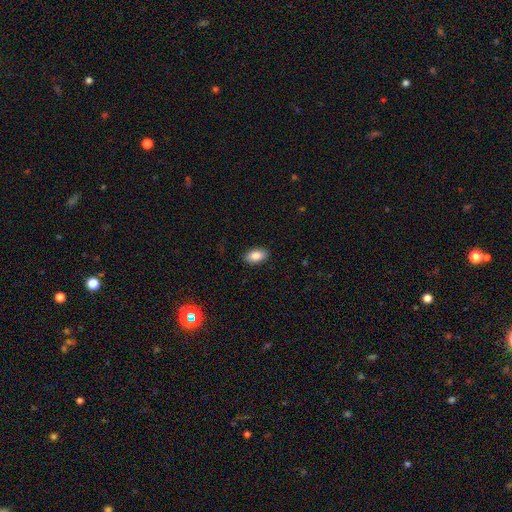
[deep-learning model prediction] This is clearly a smooth galaxy (85%). How rounded: clearly in between (93%). Merging: clearly none (89%).